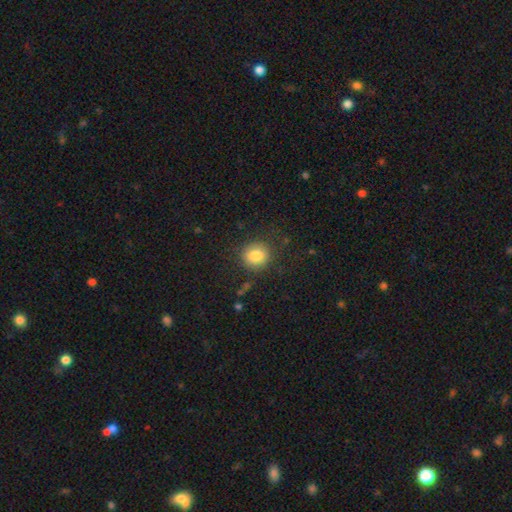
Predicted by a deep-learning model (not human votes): smooth_or_featured: smooth (p=0.83) [alt: star or artifact p=0.10]
how_rounded: round (p=0.84) [alt: in between p=0.15]
merging: none (p=0.84) [alt: minor disturbance p=0.10]